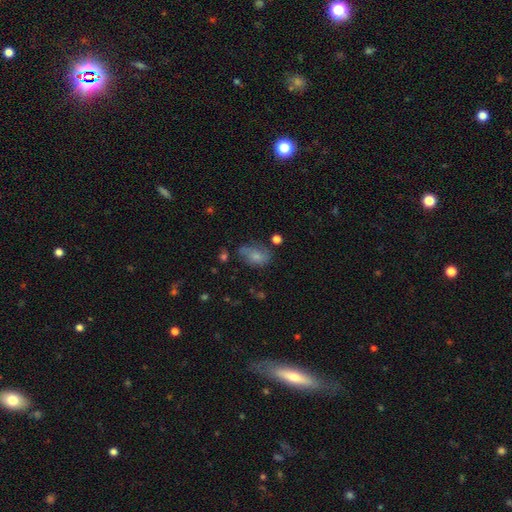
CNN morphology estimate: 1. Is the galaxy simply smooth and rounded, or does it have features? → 67% smooth, 23% featured or disk, 10% star or artifact.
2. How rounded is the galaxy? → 85% in between, 13% round, 2% cigar-shaped.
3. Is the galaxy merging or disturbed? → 49% none, 30% minor disturbance, 16% major disturbance, 6% merger.